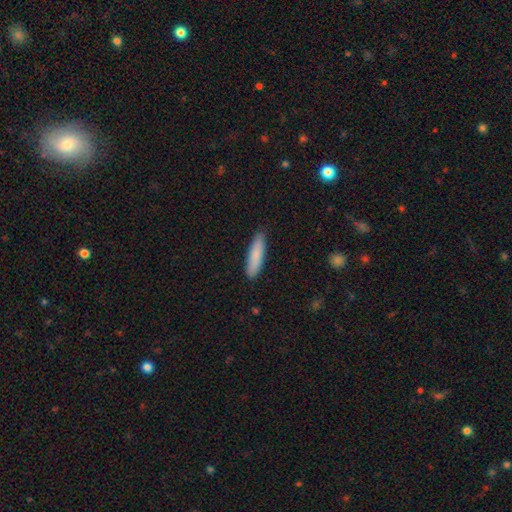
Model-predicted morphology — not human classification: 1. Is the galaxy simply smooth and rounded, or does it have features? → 83% smooth, 12% featured or disk, 6% star or artifact.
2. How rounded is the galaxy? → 79% cigar-shaped, 20% in between, 1% round.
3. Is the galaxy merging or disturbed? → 88% none, 9% minor disturbance, 2% major disturbance, 1% merger.